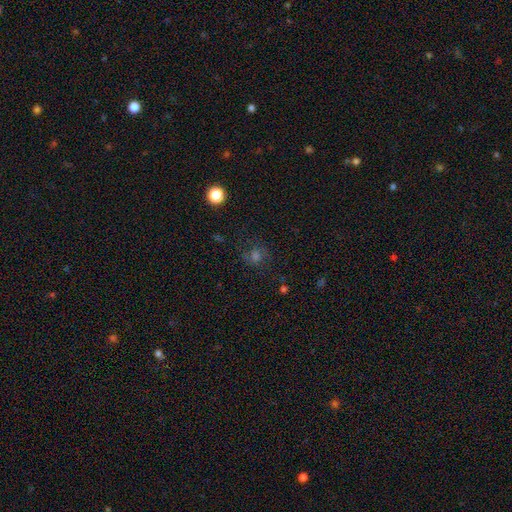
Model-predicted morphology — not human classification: smooth_or_featured: smooth (p=0.47) [alt: star or artifact p=0.34]
merging: none (p=0.72) [alt: minor disturbance p=0.15]